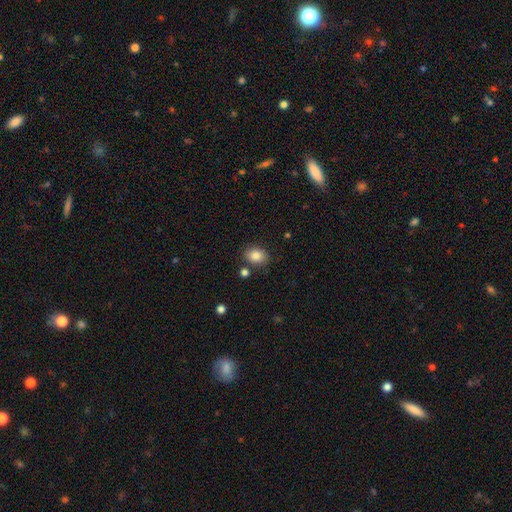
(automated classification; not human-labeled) Q: Smooth or featured?
A: smooth (85%); runner-up: star or artifact (9%)
Q: How rounded?
A: in between (59%); runner-up: round (40%)
Q: Merging?
A: none (80%); runner-up: minor disturbance (12%)